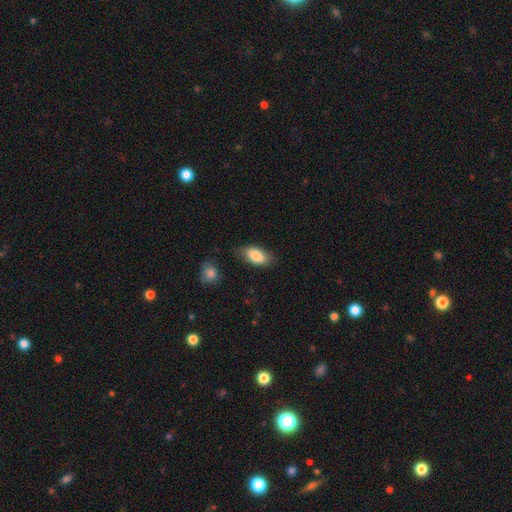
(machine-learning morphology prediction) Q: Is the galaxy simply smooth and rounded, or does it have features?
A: smooth — 84%.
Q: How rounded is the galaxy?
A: in between — 91%.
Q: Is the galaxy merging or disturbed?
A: none — 75%.